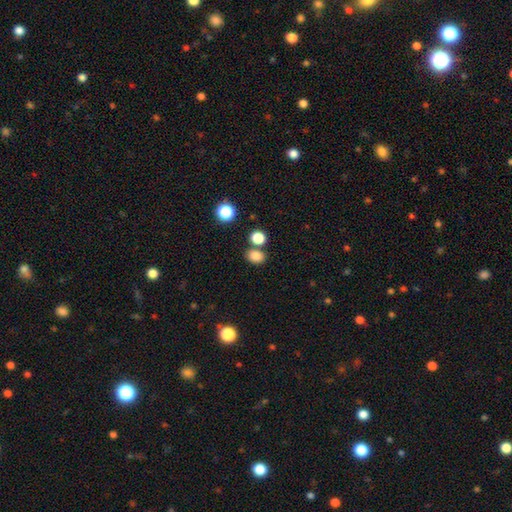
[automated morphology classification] This is clearly a smooth galaxy (83%). How rounded: possibly in between (57%). Merging: likely none (68%).